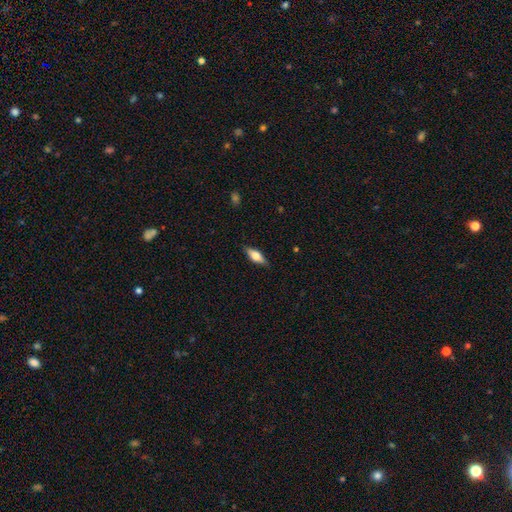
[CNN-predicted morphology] Smooth or featured: smooth — 59% (featured or disk — 34%)
How rounded: in between — 65% (cigar-shaped — 32%)
Merging: none — 85% (minor disturbance — 12%)